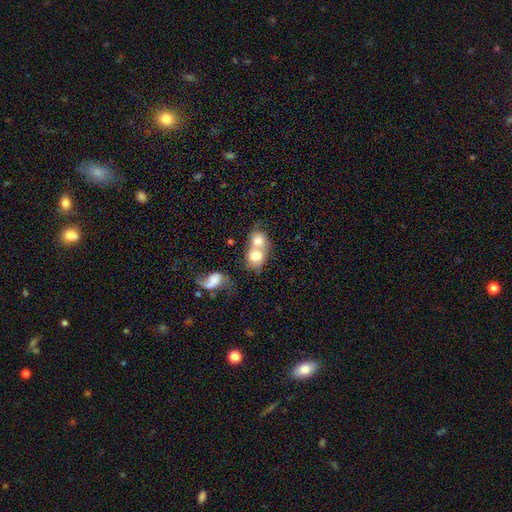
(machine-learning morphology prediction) This is likely a smooth galaxy (71%). How rounded: likely round (64%). Merging: likely merger (76%).